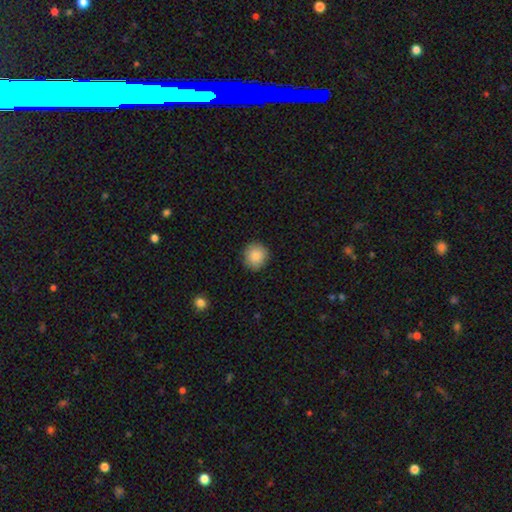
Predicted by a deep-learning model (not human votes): This is clearly a smooth galaxy (87%). How rounded: clearly round (90%). Merging: clearly none (90%).